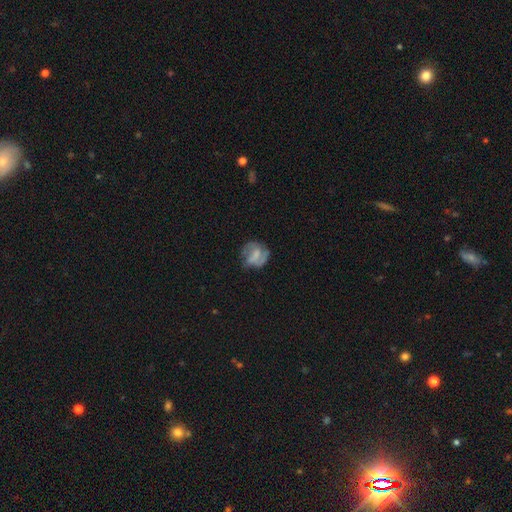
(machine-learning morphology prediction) smooth-or-featured: featured or disk: 56% | smooth: 36% | star or artifact: 8%
  disk-edge-on: no: 97% | yes: 3%
    bar: weak: 44% | no: 38% | strong: 18%
    has-spiral-arms: yes: 72% | no: 28%
    bulge-size: none: 31% (tied) | small: 31% (tied) | moderate: 31% (tied) | large: 6% | dominant: 1%
  merging: none: 57% | minor disturbance: 25% | major disturbance: 16% | merger: 2%